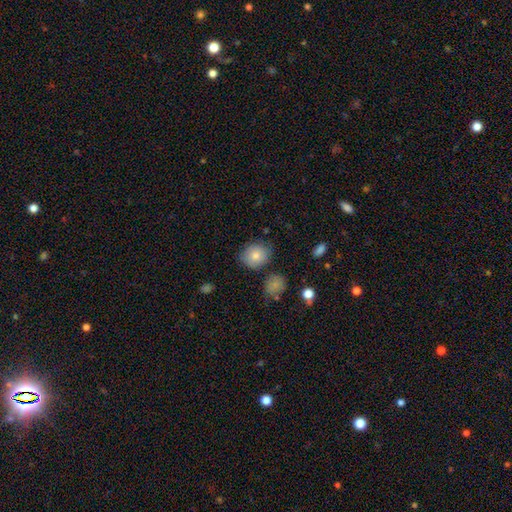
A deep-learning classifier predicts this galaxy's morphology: smooth_or_featured: smooth (p=0.80) [alt: featured or disk p=0.11]
how_rounded: round (p=0.68) [alt: in between p=0.31]
merging: none (p=0.77) [alt: minor disturbance p=0.15]